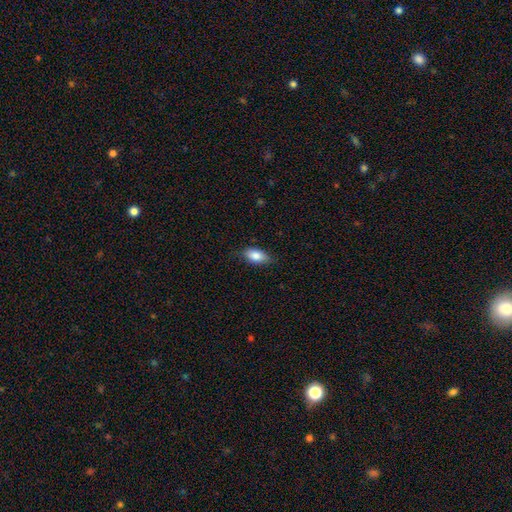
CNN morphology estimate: Smooth or featured? smooth (83%)
How rounded? in between (90%)
Merging? none (80%)